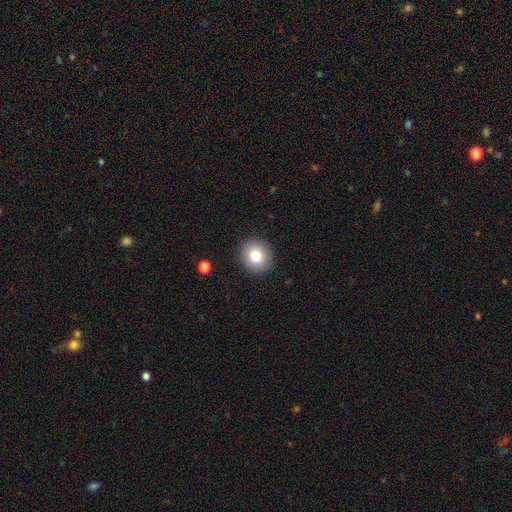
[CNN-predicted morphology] type=smooth (80%); roundness=round (81%); merging=none (91%).